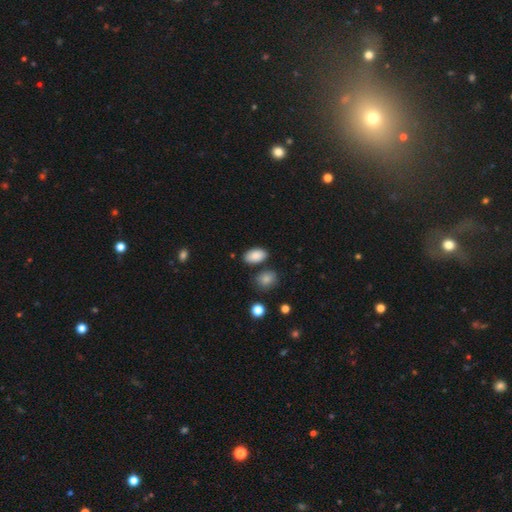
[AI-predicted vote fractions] smooth 87%, star or artifact 8%, featured or disk 5%. Down the decision tree: how rounded — in between (93%); merging — none (80%).